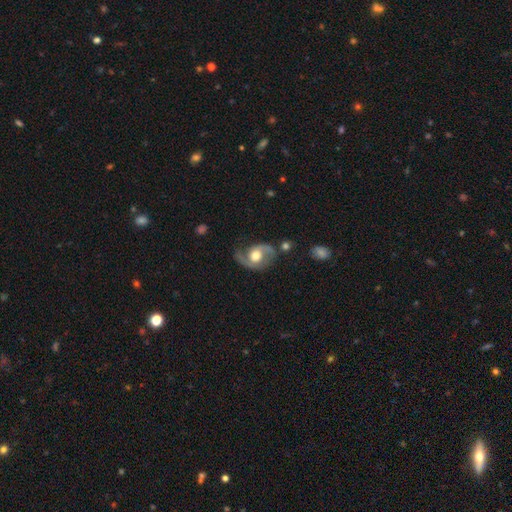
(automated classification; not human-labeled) Smooth or featured?
  - featured or disk: 80% *
  - smooth: 14%
  - star or artifact: 5%
Edge-on disk?
  - no: 97% *
  - yes: 3%
Bar?
  - no: 67% *
  - weak: 27%
  - strong: 6%
Spiral arms?
  - yes: 92% *
  - no: 8%
Spiral winding?
  - medium: 49% *
  - loose: 34%
  - tight: 16%
Spiral arm count?
  - 2: 85% *
  - 1: 9%
  - can't tell: 3%
  - 3: 1%
  - 4: 1%
  - more than 4: 1%
Bulge size?
  - moderate: 63% *
  - large: 28%
  - small: 6%
  - dominant: 2%
  - none: 1%
Merging?
  - none: 59% *
  - minor disturbance: 22%
  - major disturbance: 15%
  - merger: 4%